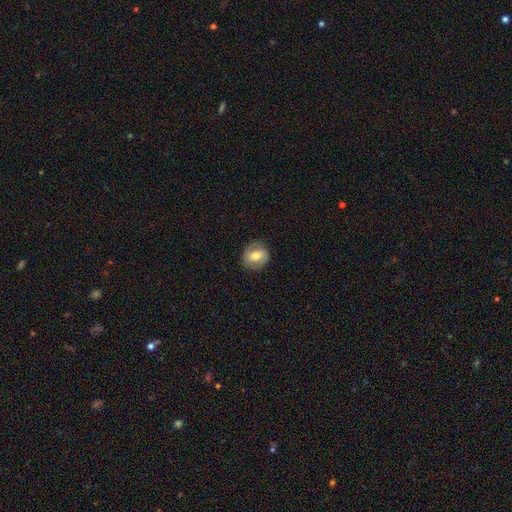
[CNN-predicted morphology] type=smooth (50%); roundness=round (76%); merging=none (82%).